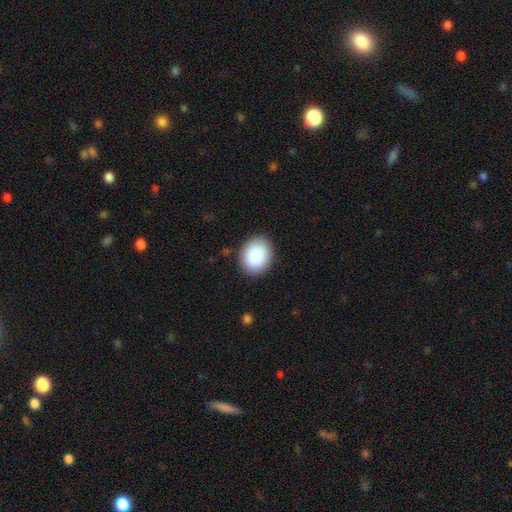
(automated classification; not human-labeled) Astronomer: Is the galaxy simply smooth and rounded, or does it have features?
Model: smooth — 89%.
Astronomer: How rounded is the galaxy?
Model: in between — 55% (runner-up: round, 44%).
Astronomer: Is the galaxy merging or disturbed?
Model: none — 88%.